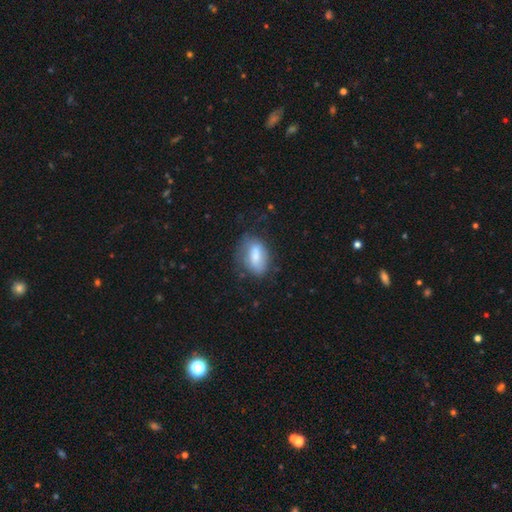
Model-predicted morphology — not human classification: Smooth or featured? Predicted: smooth (p=0.66). How rounded? Predicted: in between (p=0.86). Merging? Predicted: none (p=0.54).